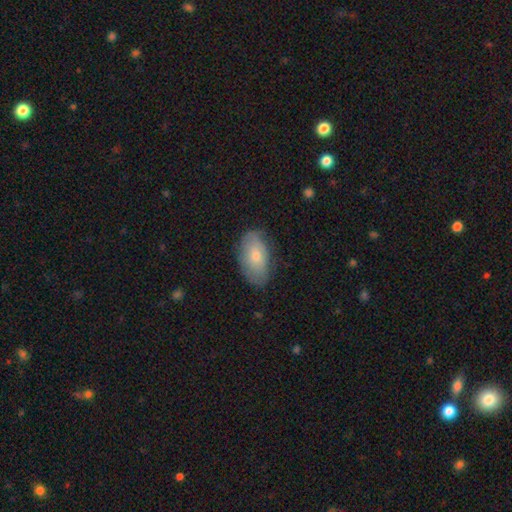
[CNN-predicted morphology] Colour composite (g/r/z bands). It shows a smooth galaxy with no disk features (70%) that is in between round and cigar-shaped (93%). Merging: none (76%).